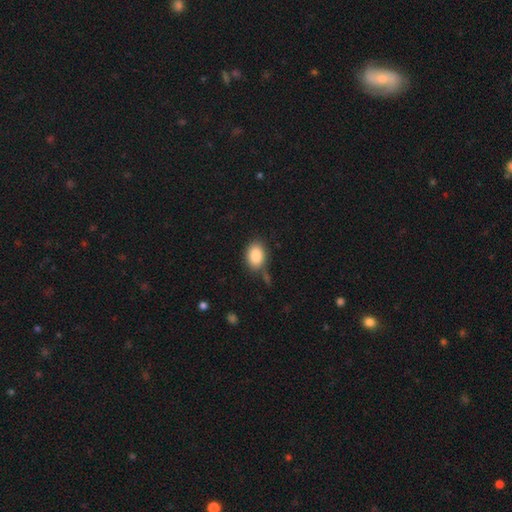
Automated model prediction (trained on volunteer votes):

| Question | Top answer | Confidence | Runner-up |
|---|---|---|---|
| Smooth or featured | smooth | 87% | star or artifact (8%) |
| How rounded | in between | 79% | round (20%) |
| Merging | none | 73% | minor disturbance (16%) |